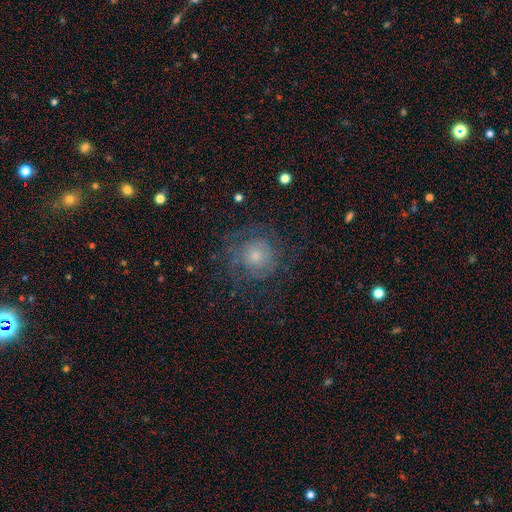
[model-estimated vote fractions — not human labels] This is possibly a featured or disk galaxy (48%). Merging: likely none (66%).